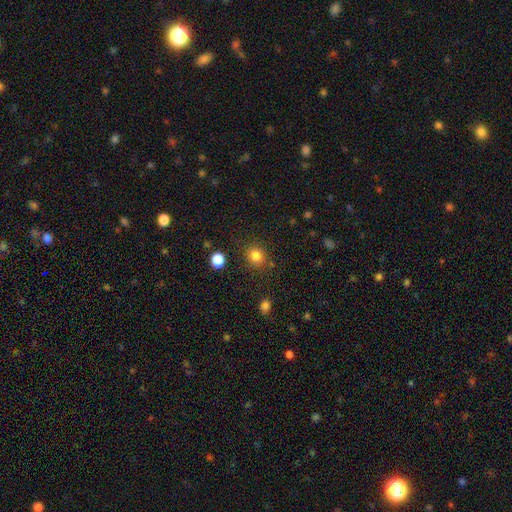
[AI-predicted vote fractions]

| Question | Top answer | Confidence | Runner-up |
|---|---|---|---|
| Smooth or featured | smooth | 82% | star or artifact (13%) |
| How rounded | round | 83% | in between (16%) |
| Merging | none | 84% | minor disturbance (9%) |